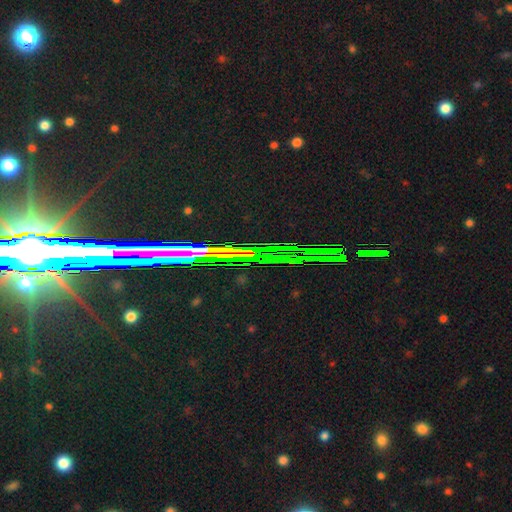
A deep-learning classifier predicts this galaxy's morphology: star or artifact 82%, featured or disk 10%, smooth 7%.